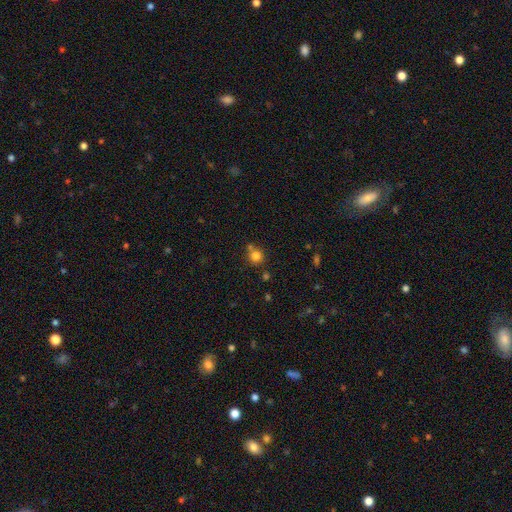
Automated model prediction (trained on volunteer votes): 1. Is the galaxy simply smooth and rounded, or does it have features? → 79% smooth, 14% star or artifact, 7% featured or disk.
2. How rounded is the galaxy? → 86% round, 13% in between, 1% cigar-shaped.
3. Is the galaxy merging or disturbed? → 63% none, 20% merger, 12% minor disturbance, 4% major disturbance.